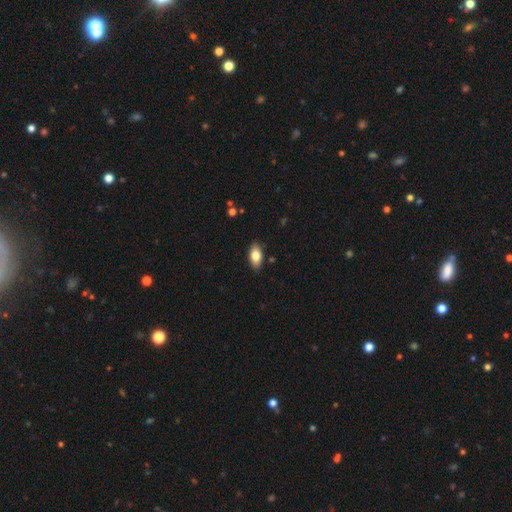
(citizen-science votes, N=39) Volunteers were most divided on "merging": none: 79%, minor disturbance: 16%, major disturbance: 5%, merger: 0%. More confident: how rounded — in between (84%); smooth or featured — smooth (82%).